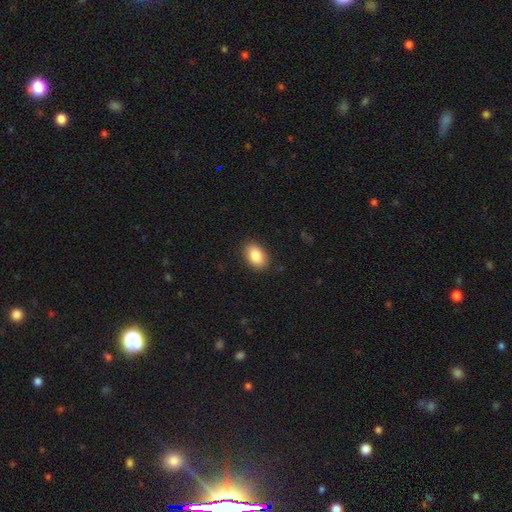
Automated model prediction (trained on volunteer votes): Smooth or featured: smooth — 86% (star or artifact — 7%)
How rounded: in between — 87% (round — 12%)
Merging: none — 88% (minor disturbance — 9%)